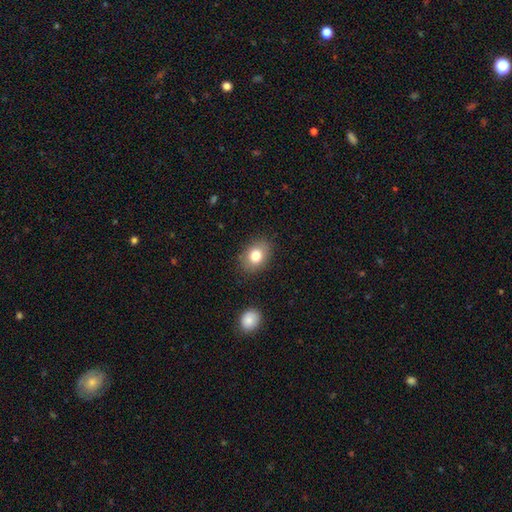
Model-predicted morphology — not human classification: Smooth or featured? Predicted: smooth (p=0.80). How rounded? Predicted: in between (p=0.66). Merging? Predicted: none (p=0.84).